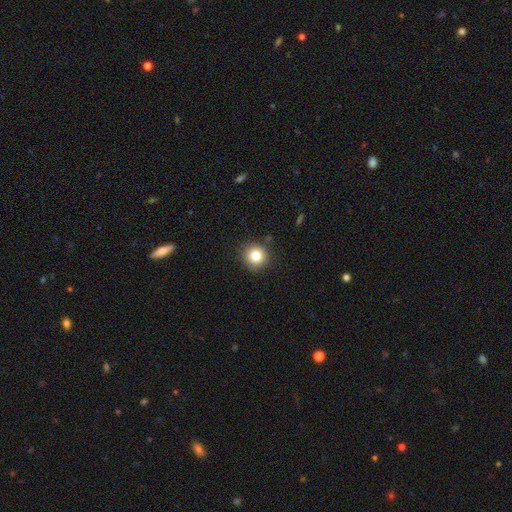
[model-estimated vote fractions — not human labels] Smooth or featured? Predicted: smooth (p=0.81). How rounded? Predicted: round (p=0.92). Merging? Predicted: none (p=0.88).